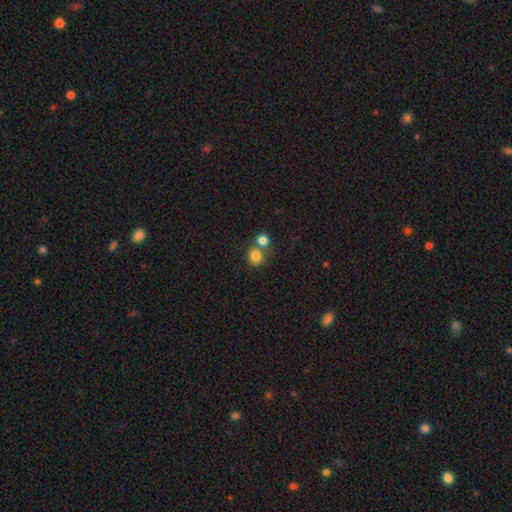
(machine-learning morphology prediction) smooth-or-featured: smooth: 81% | star or artifact: 12% | featured or disk: 7%
  how-rounded: round: 75% | in between: 24% | cigar-shaped: 1%
  merging: none: 50% | merger: 39% | minor disturbance: 8% | major disturbance: 3%